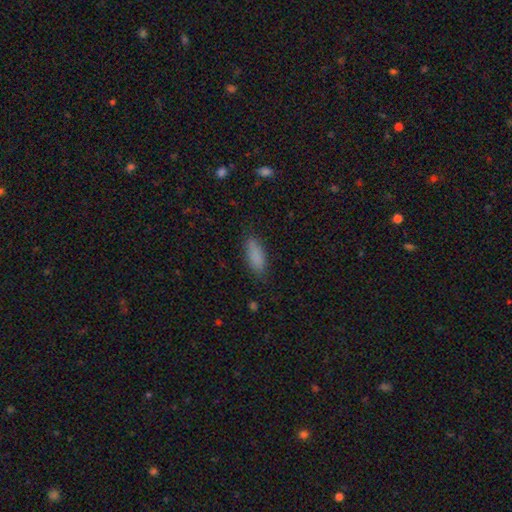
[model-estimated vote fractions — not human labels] smooth_or_featured: smooth (p=0.86) [alt: star or artifact p=0.09]
how_rounded: in between (p=0.69) [alt: cigar-shaped p=0.29]
merging: none (p=0.81) [alt: minor disturbance p=0.14]